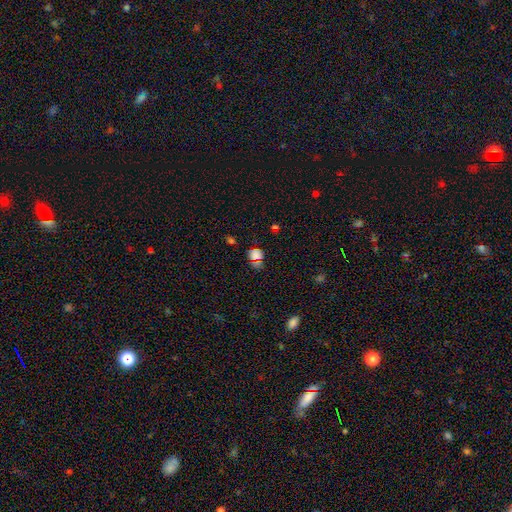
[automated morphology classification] Smooth or featured?
  - smooth: 61% *
  - star or artifact: 32%
  - featured or disk: 6%
How rounded?
  - round: 66% *
  - in between: 32%
  - cigar-shaped: 2%
Merging?
  - none: 78% *
  - minor disturbance: 14%
  - major disturbance: 5%
  - merger: 3%